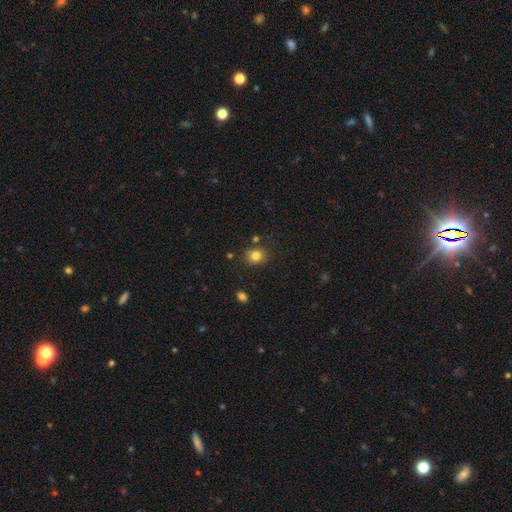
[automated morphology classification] Q: Smooth or featured?
A: smooth (81%); runner-up: star or artifact (12%)
Q: How rounded?
A: round (74%); runner-up: in between (25%)
Q: Merging?
A: none (80%); runner-up: minor disturbance (11%)